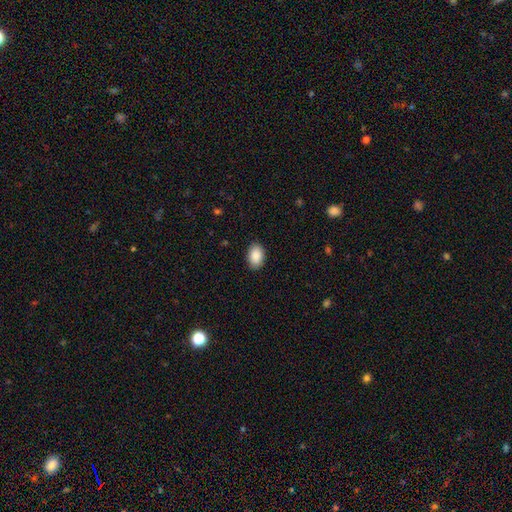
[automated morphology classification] Overall: smooth (90%). How rounded: in between (89%). Merging: none (89%).